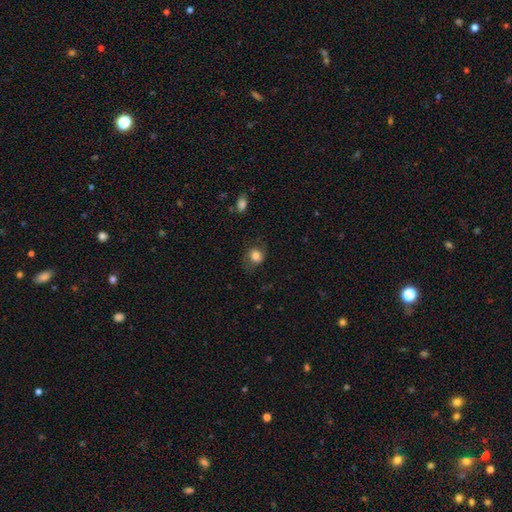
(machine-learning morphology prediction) A smooth galaxy with no disk features (64%) that is round (62%).

Vote fractions:
- Smooth or featured? smooth: 64% / featured or disk: 27% / star or artifact: 9%
- How rounded? round: 62% / in between: 37% / cigar-shaped: 1%
- Merging? none: 62% / minor disturbance: 22% / major disturbance: 14% / merger: 1%